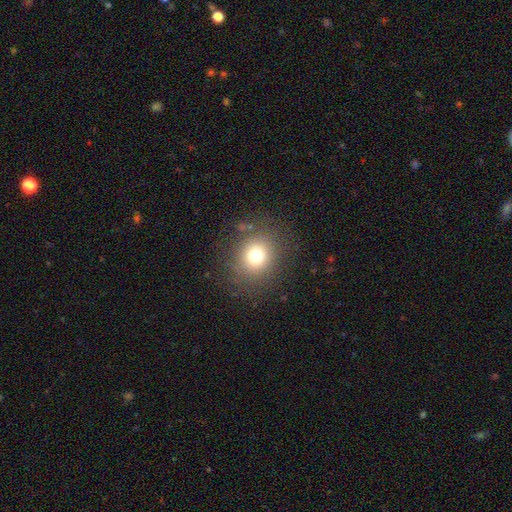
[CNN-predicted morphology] type=smooth (74%); roundness=round (79%); merging=none (84%).